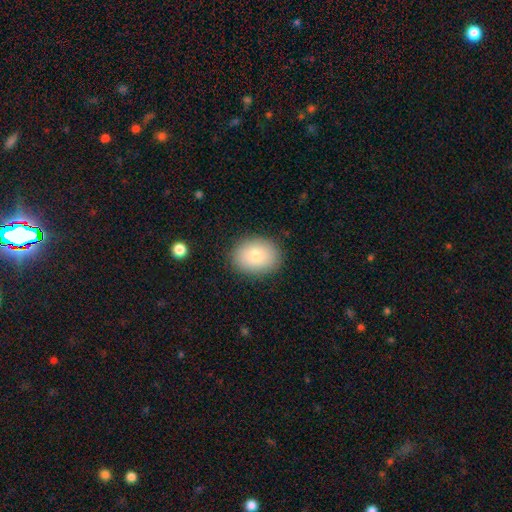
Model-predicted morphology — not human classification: The model was most divided on "how rounded": in between: 64%, round: 36%, cigar-shaped: 1%. More confident: merging — none (87%); smooth or featured — smooth (82%).